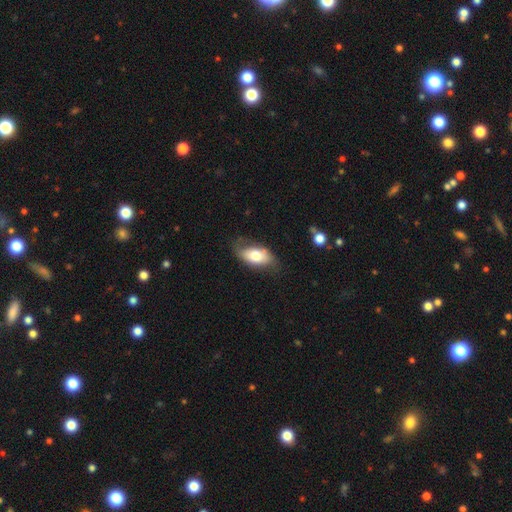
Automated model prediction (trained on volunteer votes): Smooth or featured?
  - smooth: 66% *
  - featured or disk: 28%
  - star or artifact: 6%
How rounded?
  - in between: 90% *
  - cigar-shaped: 5%
  - round: 5%
Merging?
  - none: 62% *
  - minor disturbance: 27%
  - major disturbance: 9%
  - merger: 2%